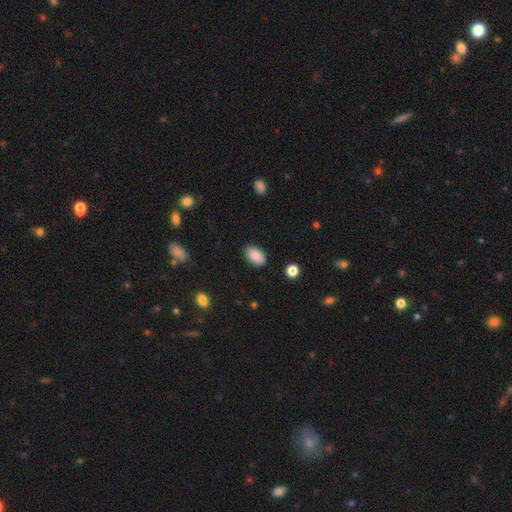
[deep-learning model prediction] Q: Smooth or featured?
A: smooth (88%); runner-up: star or artifact (7%)
Q: How rounded?
A: in between (92%); runner-up: round (6%)
Q: Merging?
A: none (87%); runner-up: minor disturbance (10%)